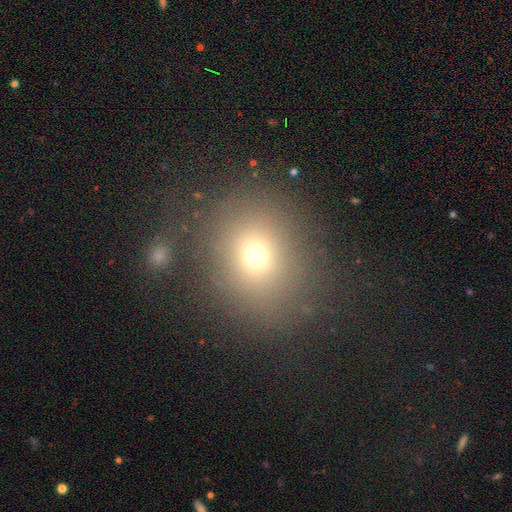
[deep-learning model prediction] Q: Smooth or featured?
A: smooth (68%); runner-up: star or artifact (21%)
Q: How rounded?
A: round (79%); runner-up: in between (20%)
Q: Merging?
A: none (75%); runner-up: minor disturbance (12%)